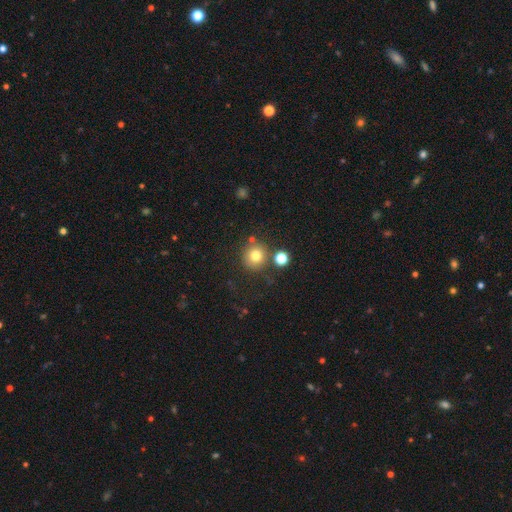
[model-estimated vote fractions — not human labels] This appears to be a smooth galaxy with no disk features (77%) that is round (92%). Merging: none (78%).